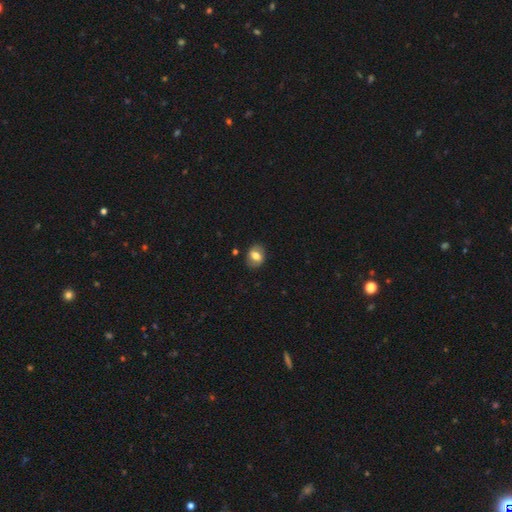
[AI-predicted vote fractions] Morphology: type=smooth (66%); roundness=in between (61%); merging=none (83%).